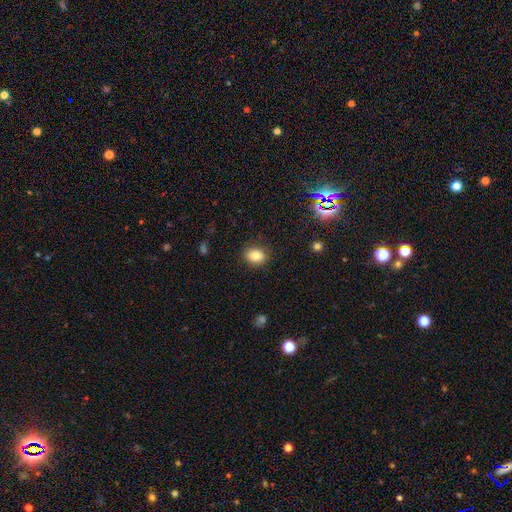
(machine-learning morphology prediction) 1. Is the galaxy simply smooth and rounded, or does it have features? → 82% smooth, 10% star or artifact, 8% featured or disk.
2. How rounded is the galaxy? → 59% in between, 40% round, 1% cigar-shaped.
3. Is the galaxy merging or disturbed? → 86% none, 10% minor disturbance, 3% major disturbance, 1% merger.